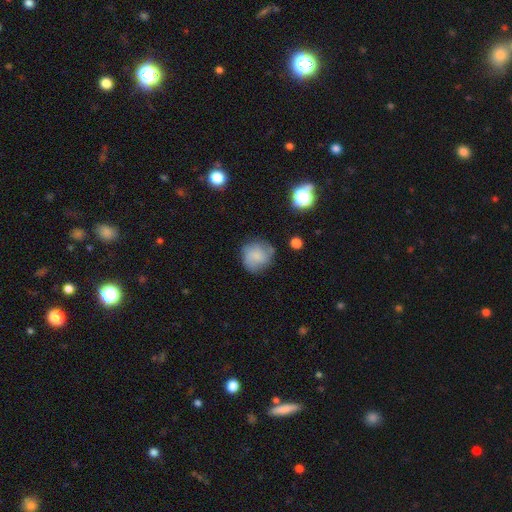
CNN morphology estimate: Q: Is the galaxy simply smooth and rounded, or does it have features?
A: smooth — 65%.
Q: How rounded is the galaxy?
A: round — 86%.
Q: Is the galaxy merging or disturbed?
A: none — 66%.